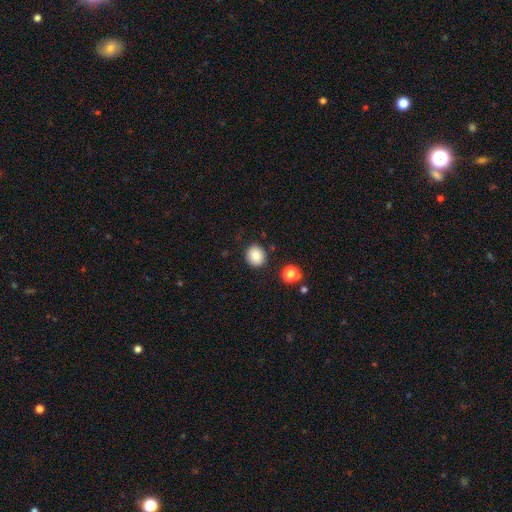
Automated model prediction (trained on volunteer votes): A smooth galaxy with no disk features (86%) that is round (80%).

Vote fractions:
- Smooth or featured? smooth: 86% / star or artifact: 10% / featured or disk: 4%
- How rounded? round: 80% / in between: 20% / cigar-shaped: 1%
- Merging? none: 87% / minor disturbance: 8% / major disturbance: 3% / merger: 3%